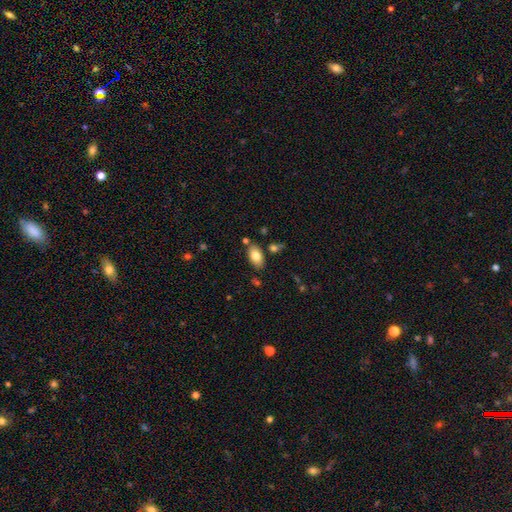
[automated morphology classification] A smooth galaxy with no disk features (81%) that is in between round and cigar-shaped (92%). Merging: none (78%).